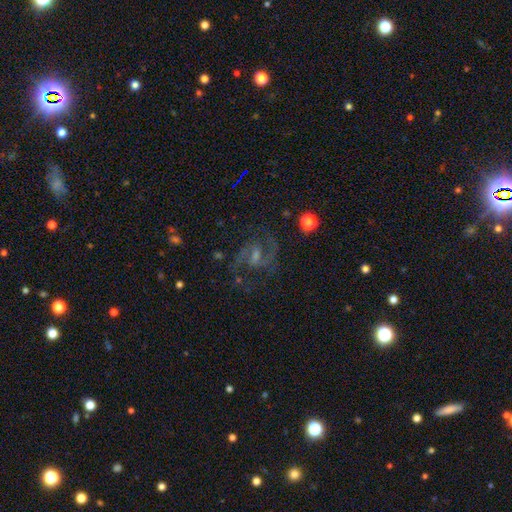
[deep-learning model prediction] Smooth or featured? Predicted: featured or disk (p=0.80). Edge-on disk? Predicted: no (p=0.97). Bar? Predicted: weak (p=0.55). Spiral arms? Predicted: yes (p=0.95). Spiral winding? Predicted: medium (p=0.60). Spiral arm count? Predicted: 2 (p=0.88). Bulge size? Predicted: small (p=0.39). Merging? Predicted: none (p=0.73).